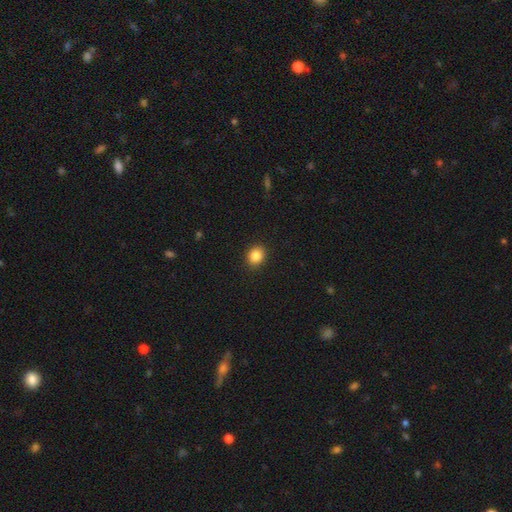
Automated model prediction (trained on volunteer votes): A smooth galaxy with no disk features (86%) that is round (64%). Merging: none (91%).